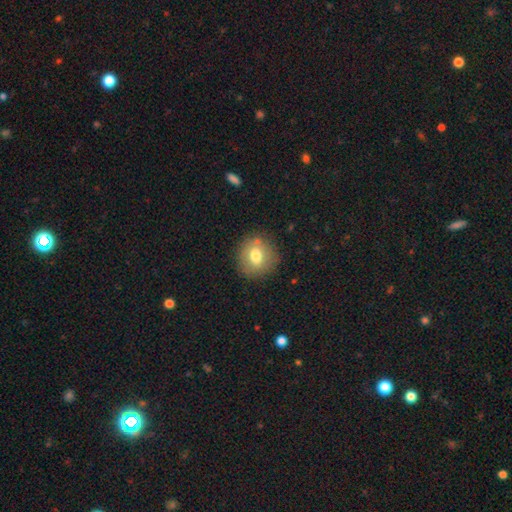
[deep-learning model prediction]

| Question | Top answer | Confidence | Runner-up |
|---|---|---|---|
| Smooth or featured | smooth | 71% | featured or disk (20%) |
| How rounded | round | 80% | in between (19%) |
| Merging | none | 81% | minor disturbance (12%) |